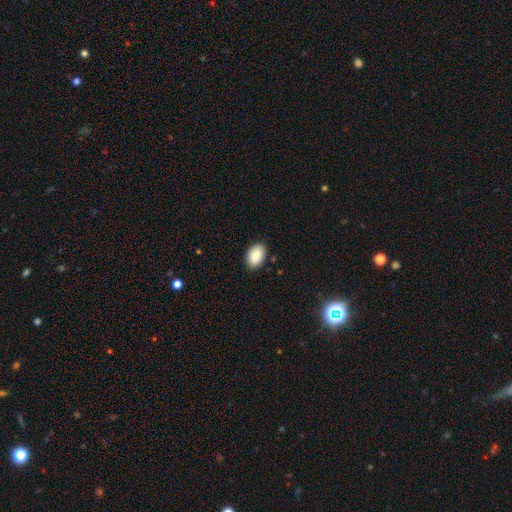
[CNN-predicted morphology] Smooth or featured? smooth (88%)
How rounded? in between (90%)
Merging? none (88%)